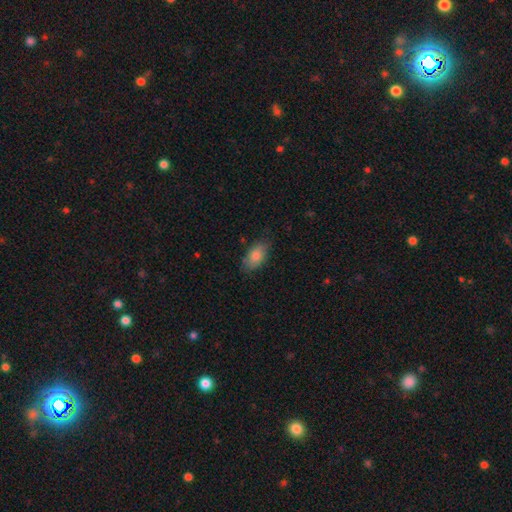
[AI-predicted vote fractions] Overall: smooth (81%). How rounded: in between (90%). Merging: none (79%).